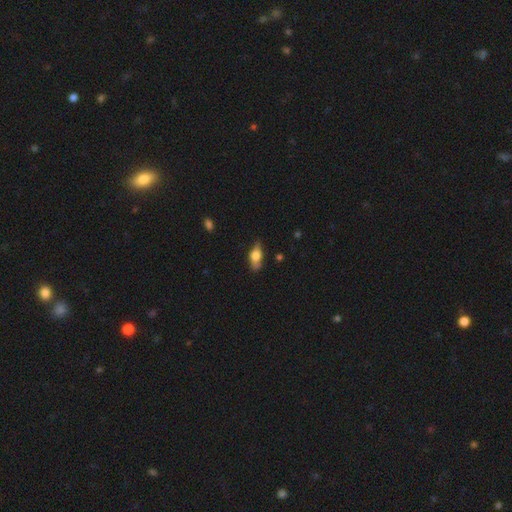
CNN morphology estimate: Q: Smooth or featured?
A: smooth (56%); runner-up: featured or disk (36%)
Q: How rounded?
A: in between (74%); runner-up: cigar-shaped (20%)
Q: Merging?
A: none (69%); runner-up: minor disturbance (23%)